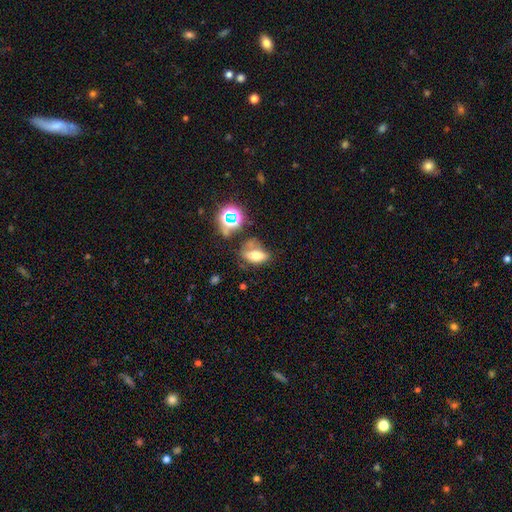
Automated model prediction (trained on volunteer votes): smooth-or-featured: smooth: 60% | featured or disk: 20% | star or artifact: 19%
  how-rounded: in between: 78% | round: 13% | cigar-shaped: 9%
  merging: none: 42% | minor disturbance: 25% | major disturbance: 17% | merger: 16%